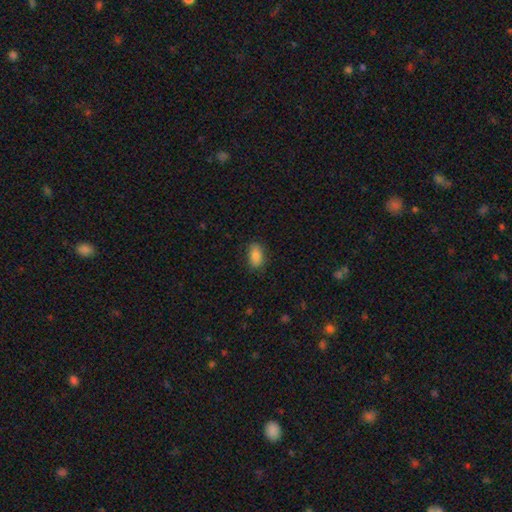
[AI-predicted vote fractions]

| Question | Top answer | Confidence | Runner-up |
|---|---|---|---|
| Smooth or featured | smooth | 85% | star or artifact (8%) |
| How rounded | in between | 90% | round (6%) |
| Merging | none | 84% | minor disturbance (12%) |